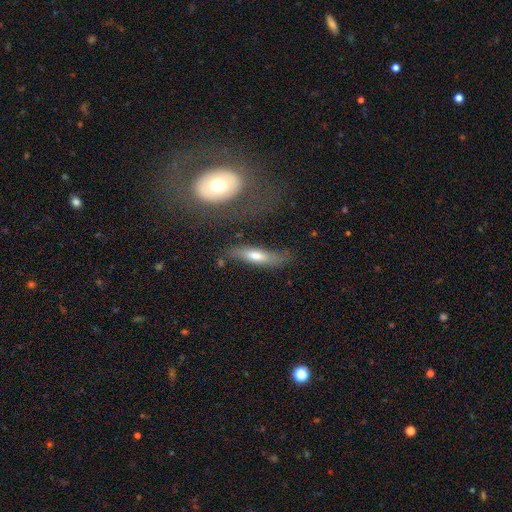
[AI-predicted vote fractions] Smooth or featured?
  - smooth: 57% *
  - featured or disk: 36%
  - star or artifact: 7%
How rounded?
  - cigar-shaped: 64% *
  - in between: 33%
  - round: 3%
Merging?
  - none: 57% *
  - minor disturbance: 21%
  - major disturbance: 14%
  - merger: 8%